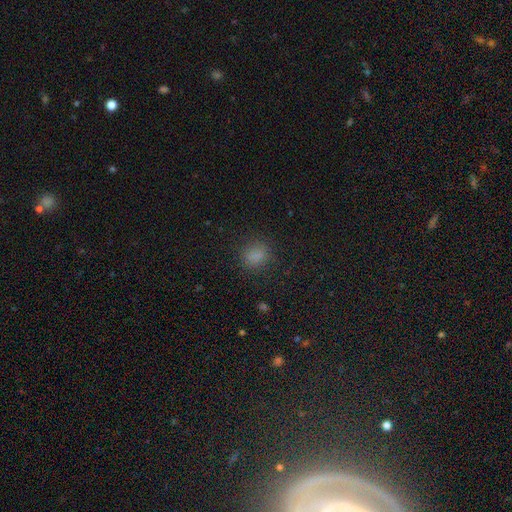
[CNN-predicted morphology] smooth_or_featured: smooth (p=0.80) [alt: star or artifact p=0.15]
how_rounded: round (p=0.57) [alt: in between p=0.41]
merging: none (p=0.81) [alt: minor disturbance p=0.13]